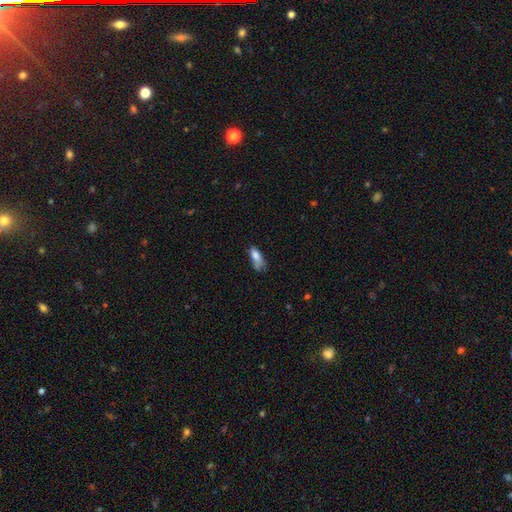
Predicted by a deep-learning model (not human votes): This appears to be a smooth galaxy with no disk features (76%) that is in between round and cigar-shaped (73%). Merging: minor disturbance (38%).